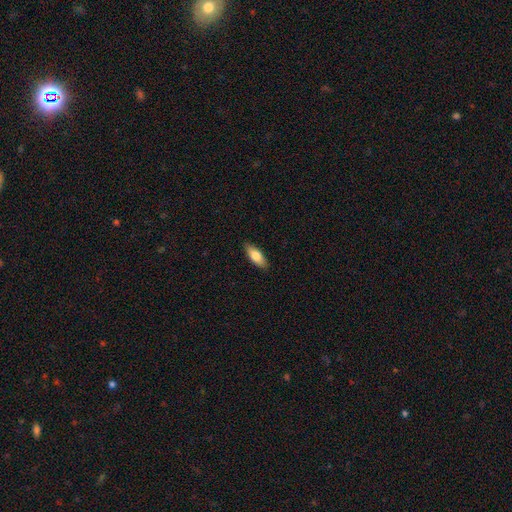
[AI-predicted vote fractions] Overall: smooth (77%). How rounded: in between (72%). Merging: none (88%).